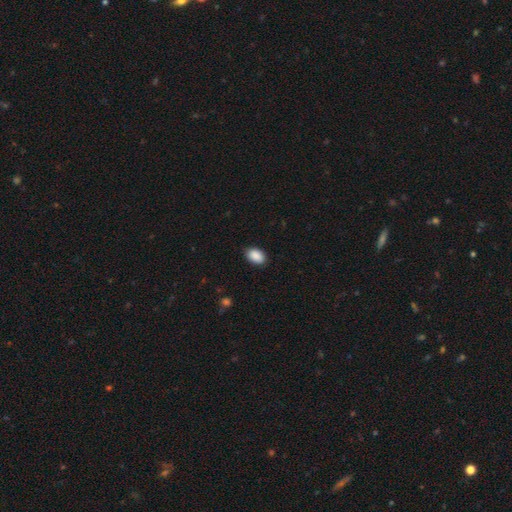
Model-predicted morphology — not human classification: This is clearly a smooth galaxy (90%). How rounded: clearly in between (88%). Merging: clearly none (86%).